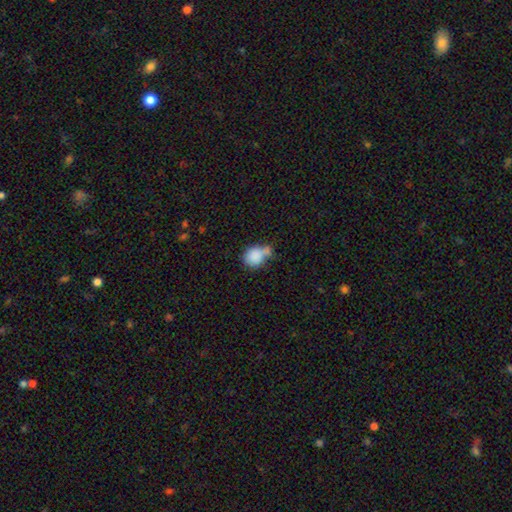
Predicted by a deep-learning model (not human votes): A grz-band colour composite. It shows a smooth galaxy with no disk features (83%) that is round (62%). Merging: none (33%).